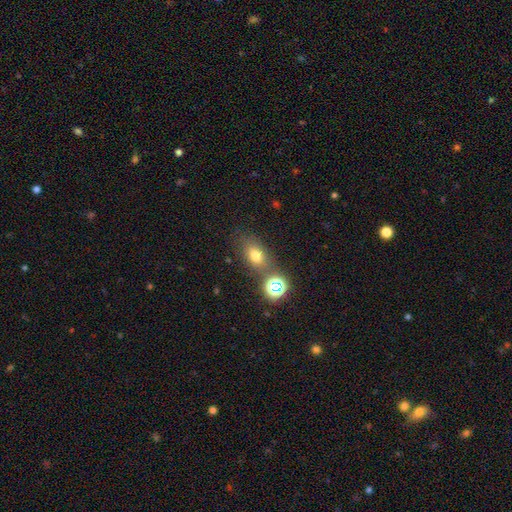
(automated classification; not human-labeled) smooth_or_featured: smooth (p=0.70) [alt: star or artifact p=0.18]
how_rounded: in between (p=0.68) [alt: round p=0.30]
merging: none (p=0.65) [alt: merger p=0.16]